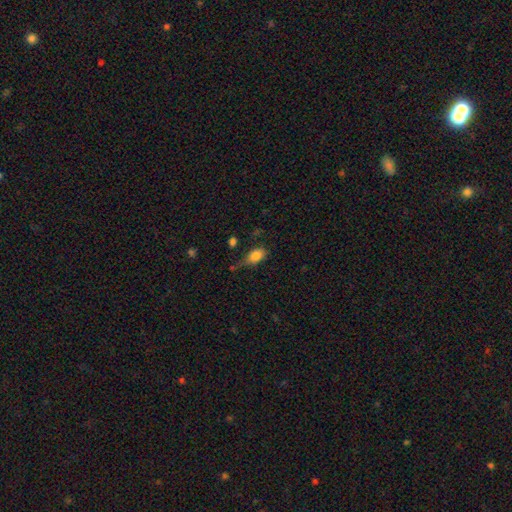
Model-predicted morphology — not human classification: smooth_or_featured: smooth (p=0.81) [alt: featured or disk p=0.10]
how_rounded: in between (p=0.83) [alt: round p=0.12]
merging: none (p=0.43) [alt: minor disturbance p=0.35]